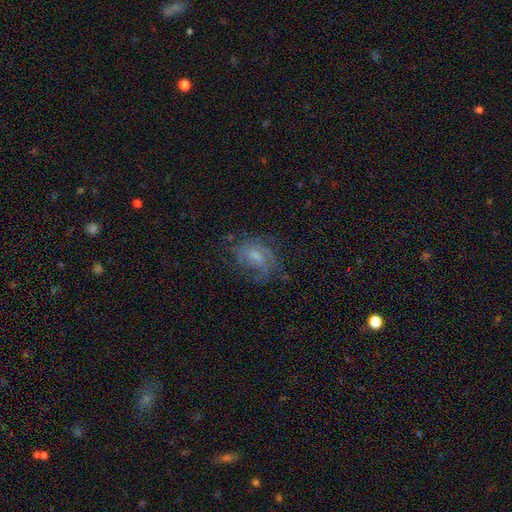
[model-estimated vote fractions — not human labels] smooth-or-featured: featured or disk: 61% | smooth: 27% | star or artifact: 11%
  disk-edge-on: no: 96% | yes: 4%
    bar: weak: 49% | no: 40% | strong: 11%
    has-spiral-arms: yes: 78% | no: 22%
    bulge-size: small: 36% (tied) | moderate: 36% (tied) | none: 22% | large: 6% | dominant: 1%
  merging: none: 53% | minor disturbance: 23% | major disturbance: 22% | merger: 2%